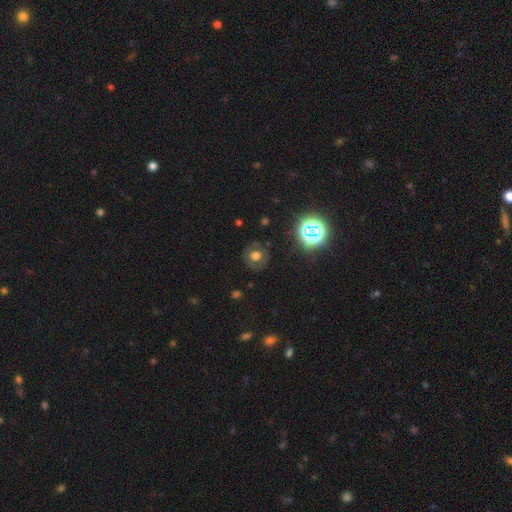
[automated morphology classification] Smooth or featured? smooth (54%)
How rounded? round (84%)
Merging? none (81%)